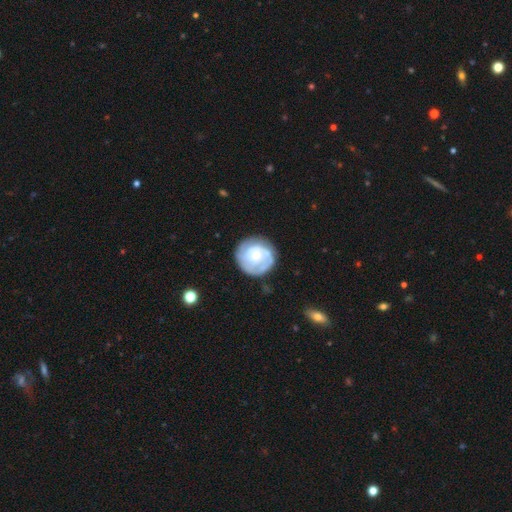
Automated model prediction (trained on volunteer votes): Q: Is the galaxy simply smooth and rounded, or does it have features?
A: featured or disk — 75%.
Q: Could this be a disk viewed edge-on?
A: no — 98%.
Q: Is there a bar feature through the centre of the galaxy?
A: no — 71%.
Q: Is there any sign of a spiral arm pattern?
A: yes — 89%.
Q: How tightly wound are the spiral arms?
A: tight — 68%.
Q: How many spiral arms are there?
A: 2 — 43%.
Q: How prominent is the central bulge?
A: small — 66%.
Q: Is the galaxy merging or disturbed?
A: none — 76%.